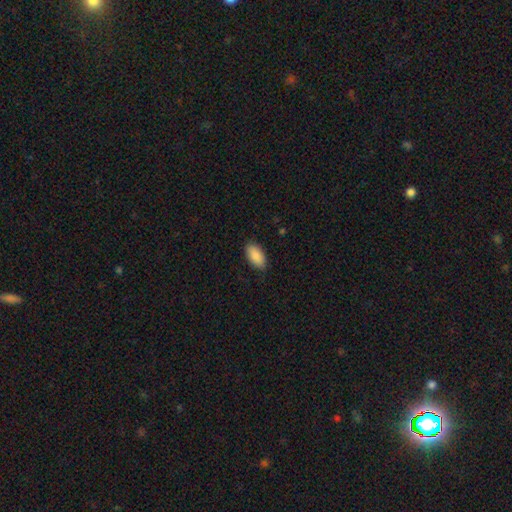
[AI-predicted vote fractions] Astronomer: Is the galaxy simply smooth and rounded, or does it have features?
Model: smooth — 90%.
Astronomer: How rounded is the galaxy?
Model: in between — 94%.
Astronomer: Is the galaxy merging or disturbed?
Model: none — 85%.